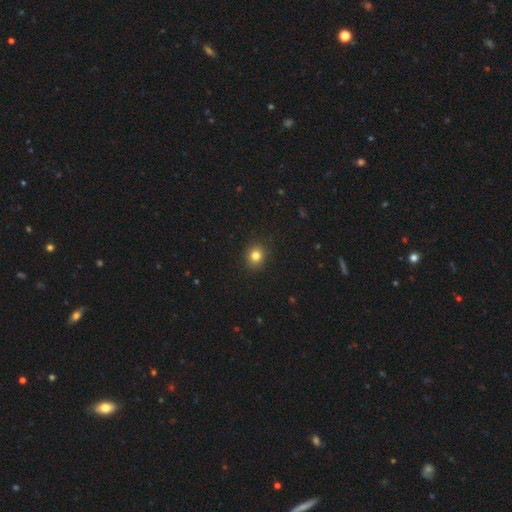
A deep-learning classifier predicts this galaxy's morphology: Q: Smooth or featured?
A: smooth (82%); runner-up: star or artifact (12%)
Q: How rounded?
A: round (75%); runner-up: in between (24%)
Q: Merging?
A: none (91%); runner-up: minor disturbance (6%)